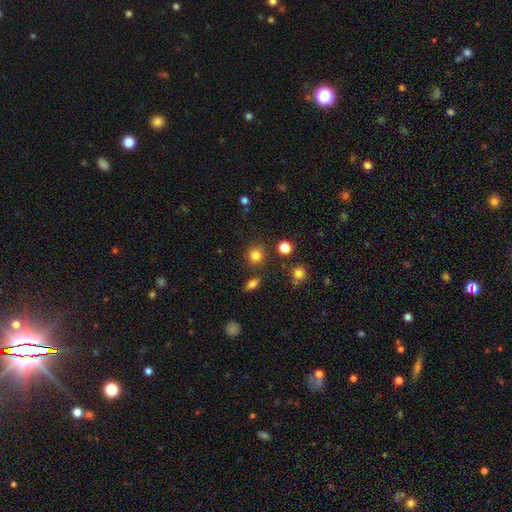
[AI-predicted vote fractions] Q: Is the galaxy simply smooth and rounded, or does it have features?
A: smooth — 80%.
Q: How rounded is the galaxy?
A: round — 84%.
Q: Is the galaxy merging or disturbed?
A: none — 79%.